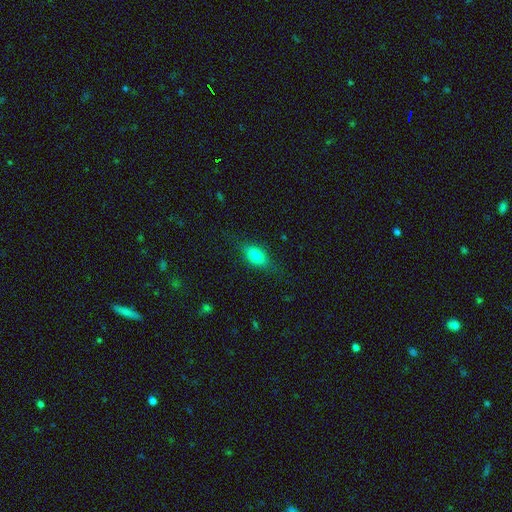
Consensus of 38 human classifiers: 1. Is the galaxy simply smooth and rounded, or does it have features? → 63% smooth, 37% featured or disk, 0% star or artifact.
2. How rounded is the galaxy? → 83% in between, 17% round, 0% cigar-shaped.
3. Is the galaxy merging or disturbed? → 82% none, 8% minor disturbance, 5% major disturbance, 5% merger.